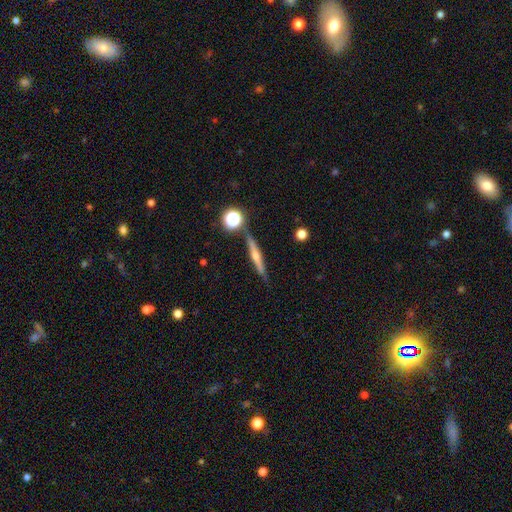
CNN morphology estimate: The model was most divided on "smooth or featured": featured or disk: 67%, smooth: 24%, star or artifact: 9%. More confident: edge-on disk — yes (97%); merging — none (86%); edge-on bulge — rounded (74%).